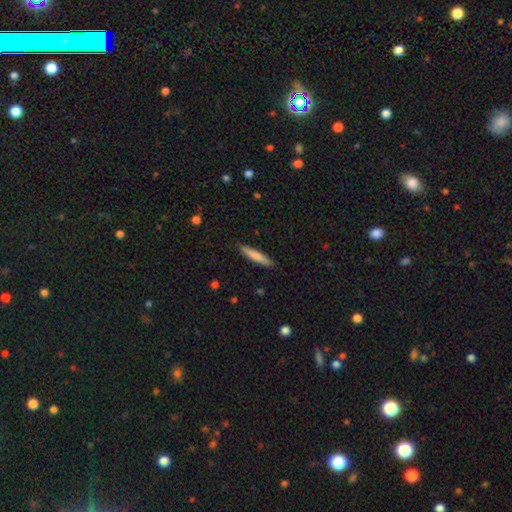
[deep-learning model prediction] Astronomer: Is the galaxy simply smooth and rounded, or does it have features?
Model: smooth — 75%.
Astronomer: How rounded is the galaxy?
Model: cigar-shaped — 92%.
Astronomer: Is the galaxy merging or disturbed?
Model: none — 90%.